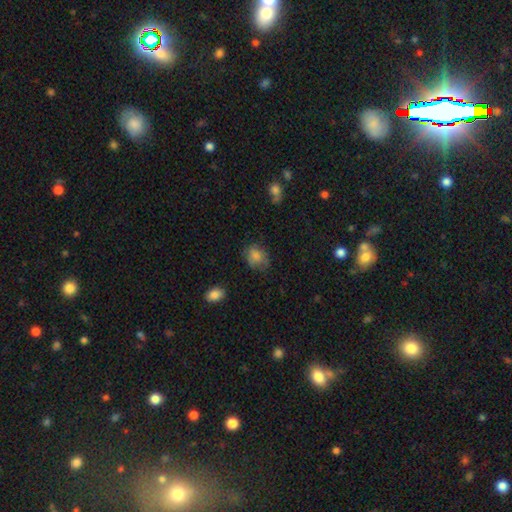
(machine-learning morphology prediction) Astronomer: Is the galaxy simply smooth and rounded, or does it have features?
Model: smooth — 79%.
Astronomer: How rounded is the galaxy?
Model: round — 52% (runner-up: in between, 47%).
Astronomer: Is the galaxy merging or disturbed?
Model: none — 65%.